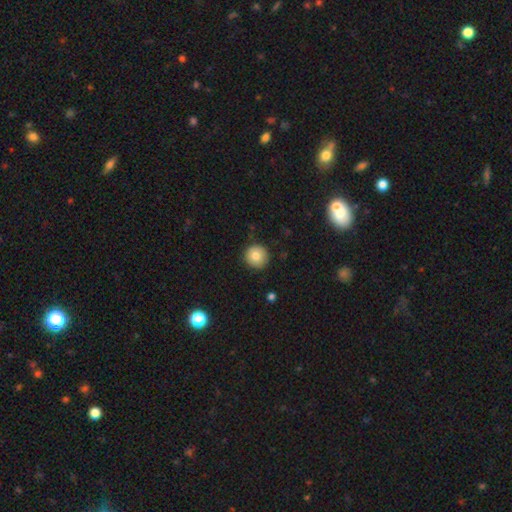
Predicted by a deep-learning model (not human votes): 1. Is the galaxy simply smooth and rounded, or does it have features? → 80% smooth, 10% featured or disk, 9% star or artifact.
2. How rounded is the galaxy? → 94% round, 5% in between, 1% cigar-shaped.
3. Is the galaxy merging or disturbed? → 88% none, 9% minor disturbance, 2% major disturbance, 1% merger.